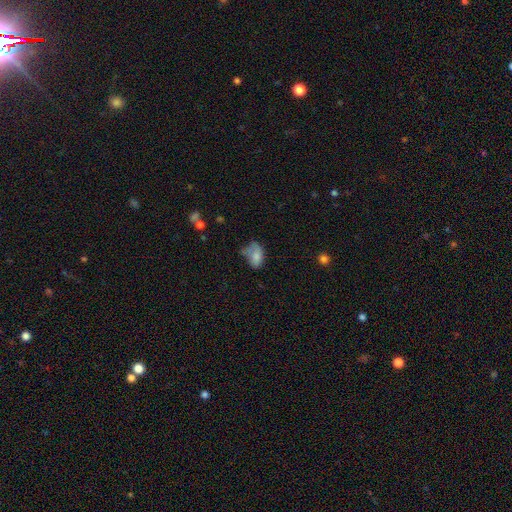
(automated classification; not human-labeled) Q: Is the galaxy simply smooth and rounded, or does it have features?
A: smooth — 75%.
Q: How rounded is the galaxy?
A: in between — 84%.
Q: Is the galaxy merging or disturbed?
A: minor disturbance — 36%.